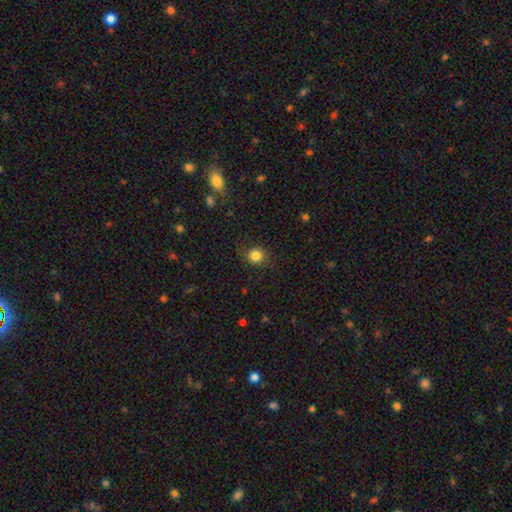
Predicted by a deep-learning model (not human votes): Smooth or featured?
  - smooth: 83% *
  - star or artifact: 12%
  - featured or disk: 6%
How rounded?
  - round: 89% *
  - in between: 10%
  - cigar-shaped: 1%
Merging?
  - none: 84% *
  - minor disturbance: 11%
  - major disturbance: 4%
  - merger: 1%